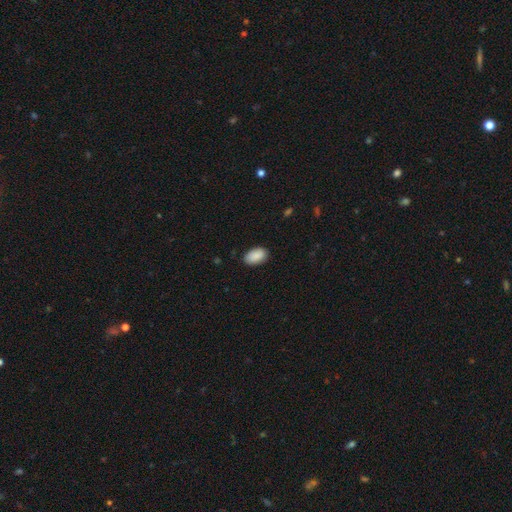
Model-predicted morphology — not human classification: A smooth galaxy with no disk features (90%) that is in between round and cigar-shaped (93%).

Vote fractions:
- Smooth or featured? smooth: 90% / star or artifact: 6% / featured or disk: 4%
- How rounded? in between: 93% / round: 5% / cigar-shaped: 1%
- Merging? none: 86% / minor disturbance: 11% / major disturbance: 2% / merger: 1%